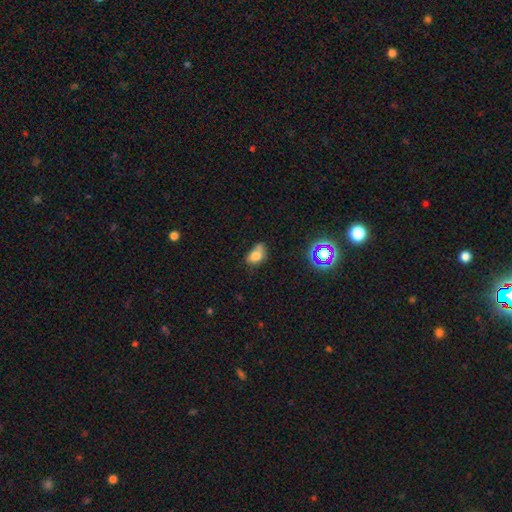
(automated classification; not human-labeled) A smooth galaxy with no disk features (73%) that is in between round and cigar-shaped (77%). Merging: none (38%).